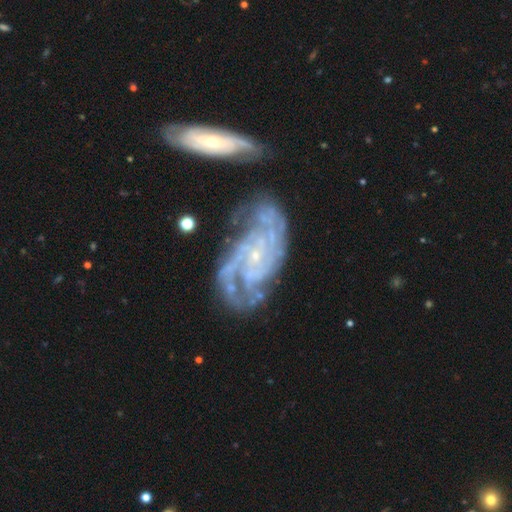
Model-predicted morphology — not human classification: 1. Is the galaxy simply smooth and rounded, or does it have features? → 89% featured or disk, 6% smooth, 5% star or artifact.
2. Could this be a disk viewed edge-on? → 96% no, 4% yes.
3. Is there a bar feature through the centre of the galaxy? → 65% no, 26% weak, 8% strong.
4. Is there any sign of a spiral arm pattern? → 96% yes, 4% no.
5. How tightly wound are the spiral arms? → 58% tight, 34% medium, 8% loose.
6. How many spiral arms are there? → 29% 2, 24% can't tell, 22% 3, 12% 4, 6% more than 4, 6% 1.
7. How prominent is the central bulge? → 84% small, 9% moderate, 5% none, 1% large, 1% dominant.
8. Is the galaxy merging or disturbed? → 53% none, 20% minor disturbance, 16% merger, 11% major disturbance.